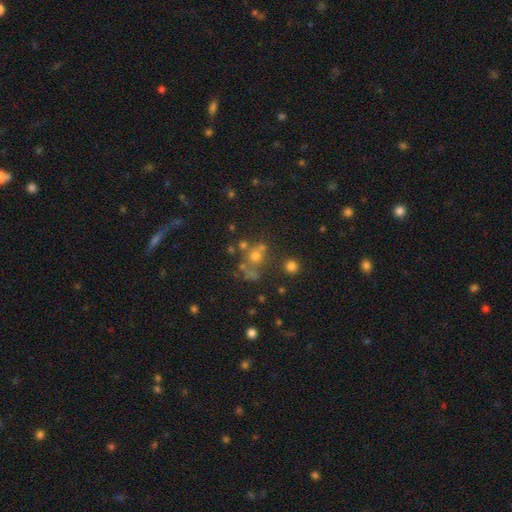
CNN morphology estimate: smooth-or-featured: smooth: 52% | star or artifact: 29% | featured or disk: 19%
  how-rounded: round: 83% | in between: 16% | cigar-shaped: 1%
  merging: none: 54% | merger: 28% | minor disturbance: 11% | major disturbance: 7%